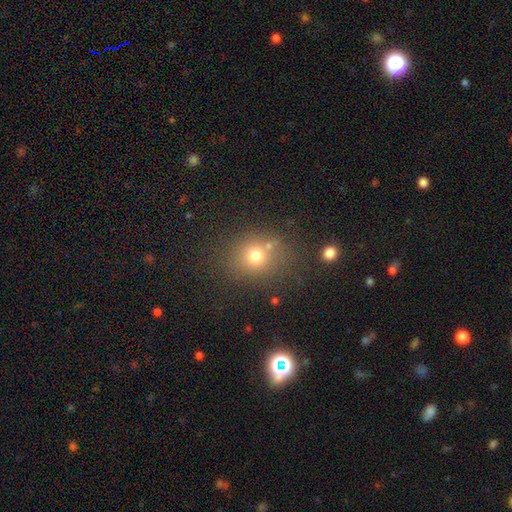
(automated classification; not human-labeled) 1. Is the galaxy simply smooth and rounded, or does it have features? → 71% smooth, 17% star or artifact, 11% featured or disk.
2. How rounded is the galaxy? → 70% round, 28% in between, 1% cigar-shaped.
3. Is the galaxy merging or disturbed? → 72% none, 13% minor disturbance, 9% merger, 5% major disturbance.